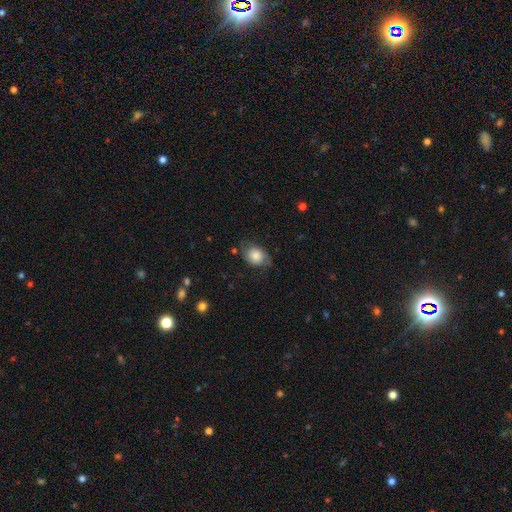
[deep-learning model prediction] smooth 70%, featured or disk 22%, star or artifact 8%. Down the decision tree: how rounded — in between (60%); merging — none (60%).